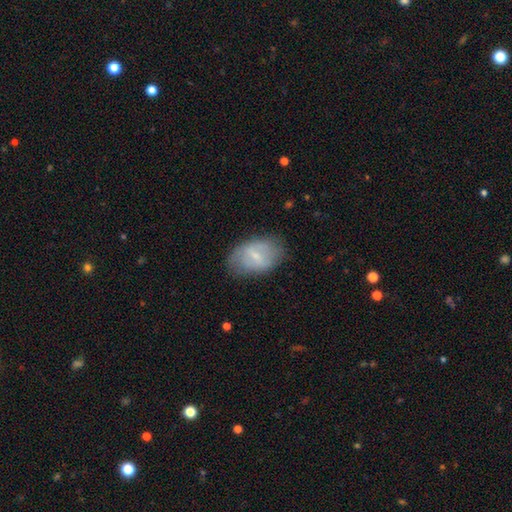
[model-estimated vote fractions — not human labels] smooth_or_featured: featured or disk (p=0.47) [alt: smooth p=0.45]
merging: none (p=0.71) [alt: minor disturbance p=0.21]